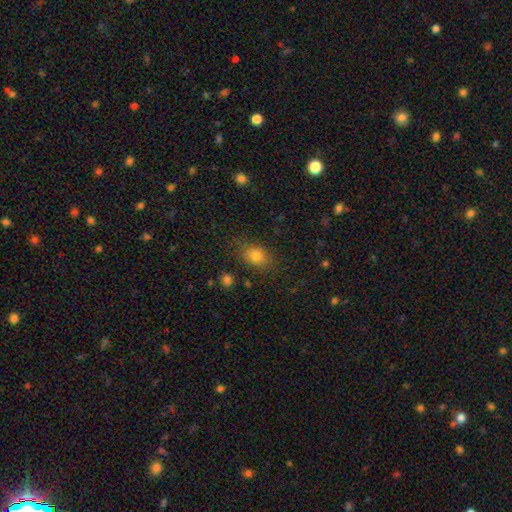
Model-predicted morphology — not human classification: A smooth galaxy with no disk features (79%) that is in between round and cigar-shaped (62%). Merging: none (78%).